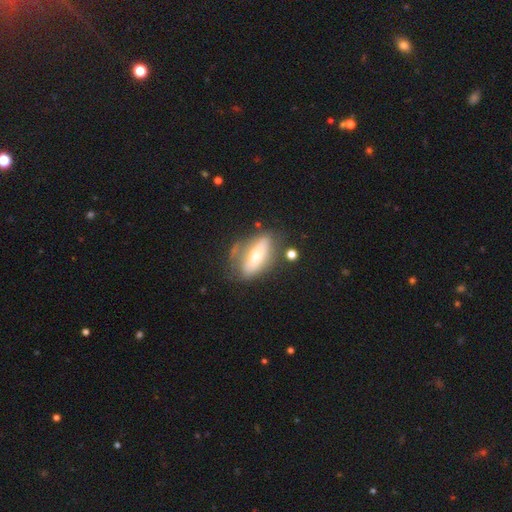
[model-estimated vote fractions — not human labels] Morphology: type=smooth (52%); roundness=in between (69%); merging=none (52%).